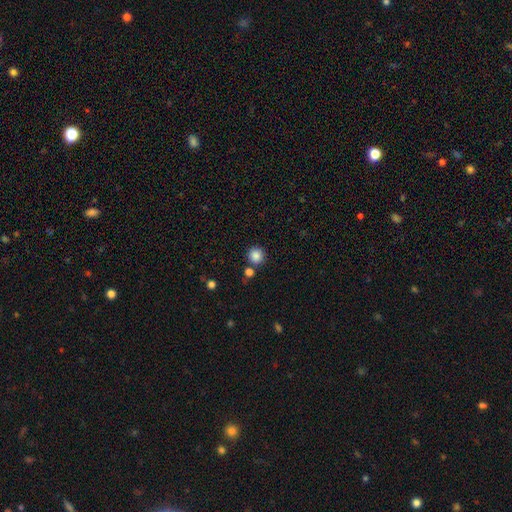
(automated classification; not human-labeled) Smooth or featured? Predicted: smooth (p=0.86). How rounded? Predicted: round (p=0.92). Merging? Predicted: none (p=0.80).